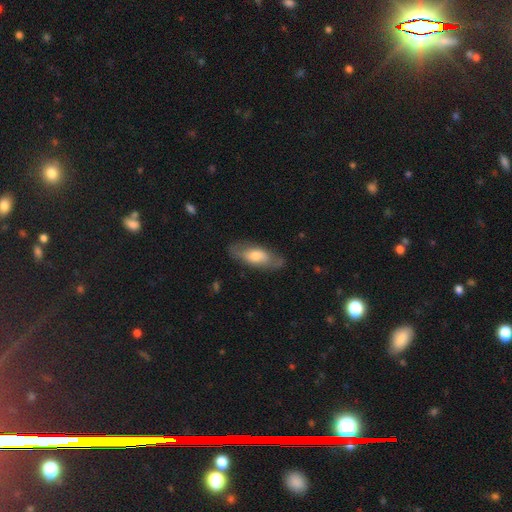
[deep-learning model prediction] The model was most divided on "smooth or featured": smooth: 53%, featured or disk: 42%, star or artifact: 6%. More confident: how rounded — in between (77%); merging — none (76%).